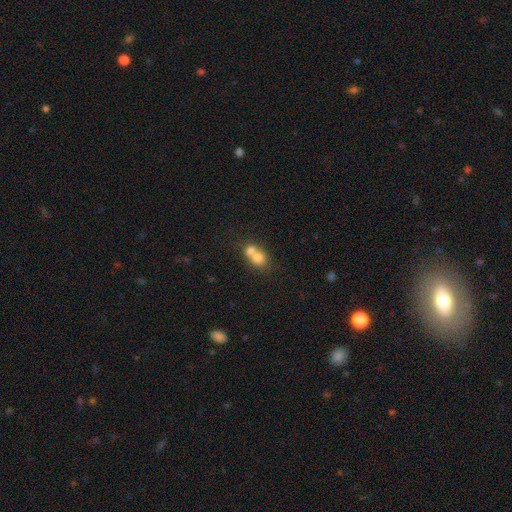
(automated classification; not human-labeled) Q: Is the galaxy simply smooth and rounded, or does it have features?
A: smooth — 72%.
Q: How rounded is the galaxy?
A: round — 64%.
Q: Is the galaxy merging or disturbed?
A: merger — 68%.